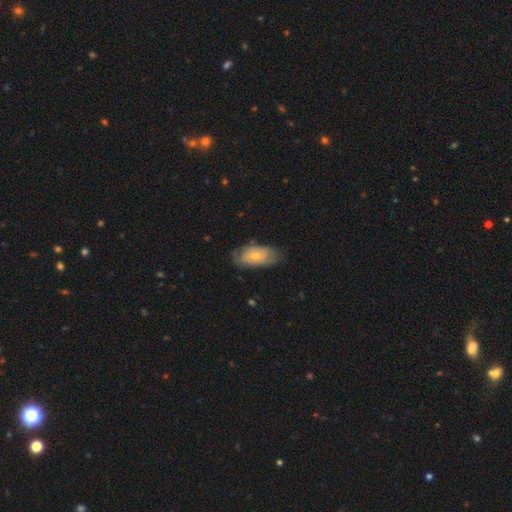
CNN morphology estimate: smooth-or-featured: smooth: 55% | featured or disk: 39% | star or artifact: 6%
  how-rounded: in between: 91% | round: 4% | cigar-shaped: 4%
  merging: none: 64% | minor disturbance: 27% | major disturbance: 8% | merger: 2%